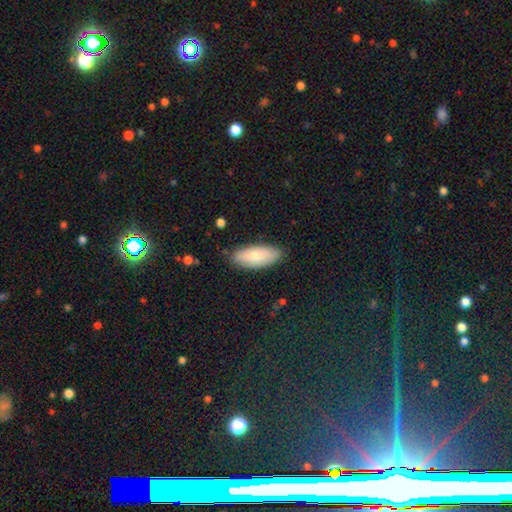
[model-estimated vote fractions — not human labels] Smooth or featured? Predicted: smooth (p=0.76). How rounded? Predicted: in between (p=0.82). Merging? Predicted: none (p=0.85).